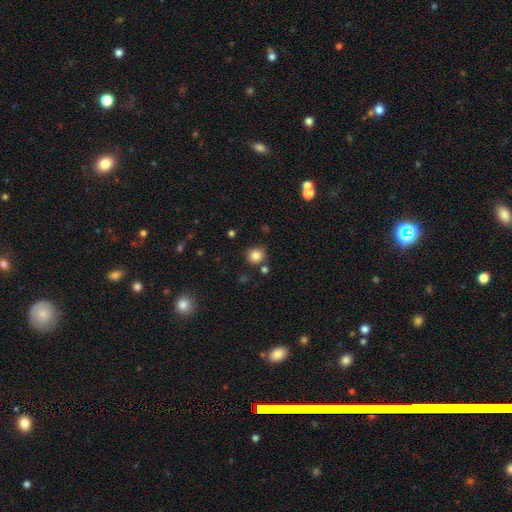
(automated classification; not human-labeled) smooth-or-featured: smooth: 83% | star or artifact: 12% | featured or disk: 5%
  how-rounded: round: 88% | in between: 11% | cigar-shaped: 1%
  merging: none: 79% | minor disturbance: 11% | merger: 7% | major disturbance: 3%